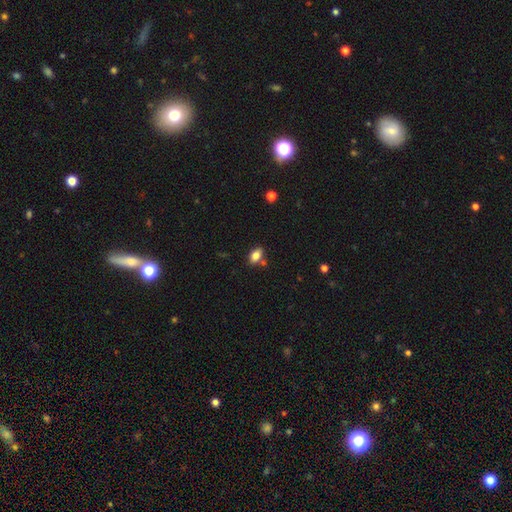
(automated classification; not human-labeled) A smooth galaxy with no disk features (82%) that is in between round and cigar-shaped (86%). Merging: none (75%).